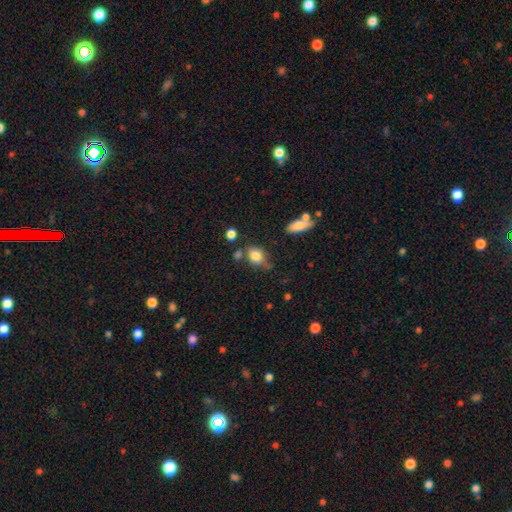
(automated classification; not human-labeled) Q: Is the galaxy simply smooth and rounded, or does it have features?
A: smooth — 82%.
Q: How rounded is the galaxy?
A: in between — 55%.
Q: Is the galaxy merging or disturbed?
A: none — 57%.